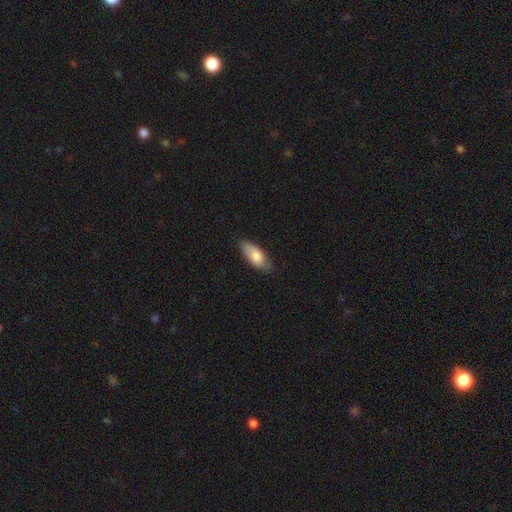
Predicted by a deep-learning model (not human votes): Smooth or featured: smooth — 80% (featured or disk — 14%)
How rounded: in between — 83% (cigar-shaped — 15%)
Merging: none — 78% (minor disturbance — 18%)